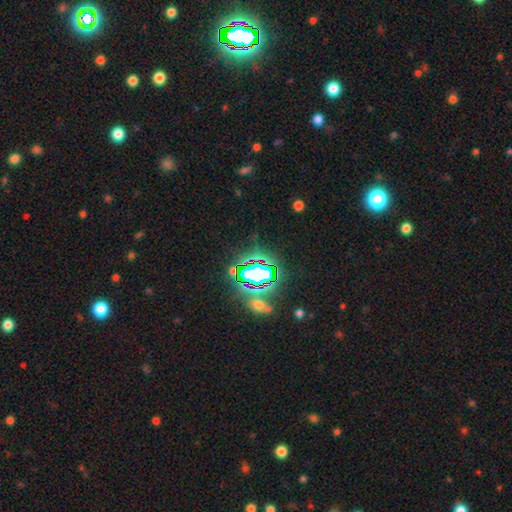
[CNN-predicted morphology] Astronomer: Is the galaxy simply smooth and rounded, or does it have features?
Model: star or artifact — 81%.